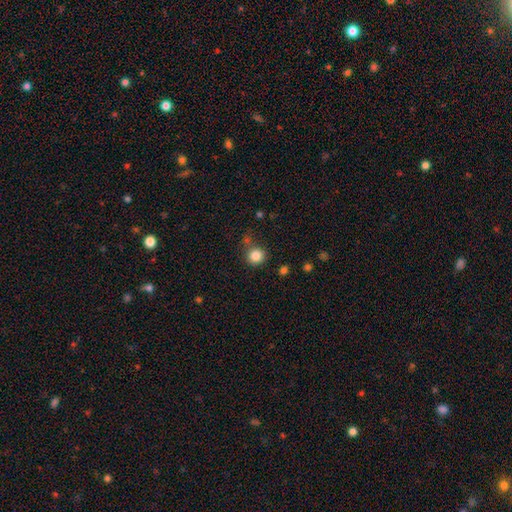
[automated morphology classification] Q: Smooth or featured?
A: smooth (85%); runner-up: star or artifact (11%)
Q: How rounded?
A: round (91%); runner-up: in between (8%)
Q: Merging?
A: none (76%); runner-up: minor disturbance (12%)